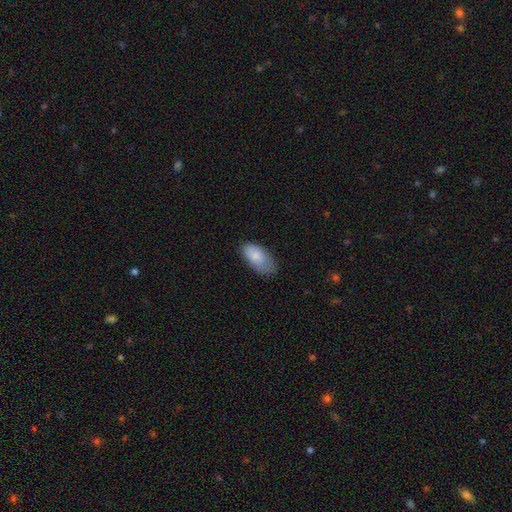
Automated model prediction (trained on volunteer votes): Smooth or featured? smooth (83%)
How rounded? in between (94%)
Merging? none (57%)